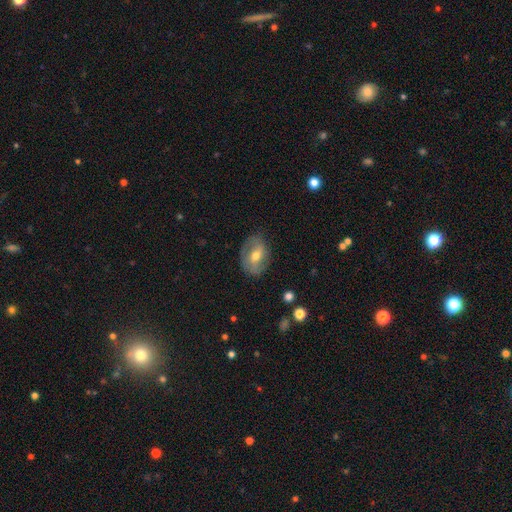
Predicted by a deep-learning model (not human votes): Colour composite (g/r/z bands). It shows a featured or disk galaxy (56%) with a weak bar (43%), spiral arms (65%) and a moderate central bulge (69%). Merging: none (75%).